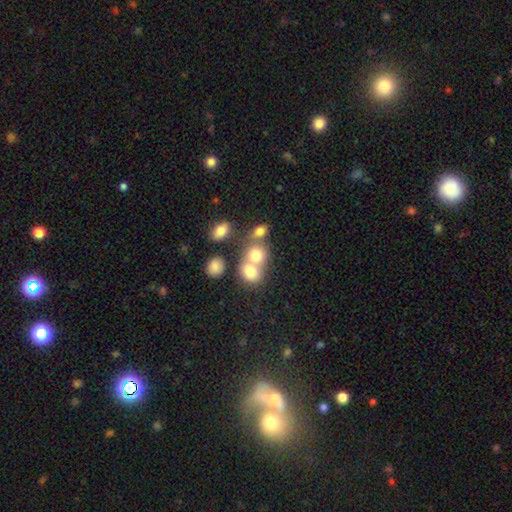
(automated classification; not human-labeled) This appears to be a smooth galaxy with no disk features (75%) that is round (68%). Merging: merger (54%).